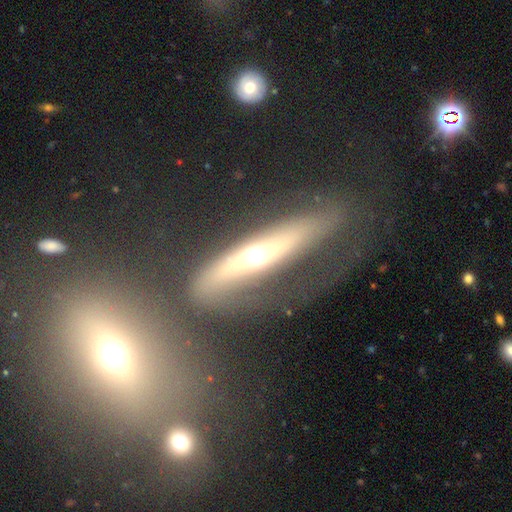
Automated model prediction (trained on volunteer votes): Smooth or featured: featured or disk — 65% (smooth — 28%)
Edge-on disk: yes — 70% (no — 30%)
Merging: none — 43% (major disturbance — 23%)